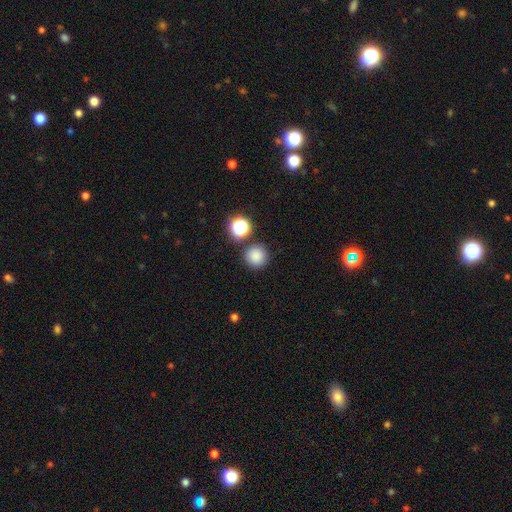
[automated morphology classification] Smooth or featured?
  - smooth: 81% *
  - star or artifact: 14%
  - featured or disk: 5%
How rounded?
  - round: 94% *
  - in between: 5%
  - cigar-shaped: 1%
Merging?
  - none: 82% *
  - minor disturbance: 8%
  - merger: 8%
  - major disturbance: 3%